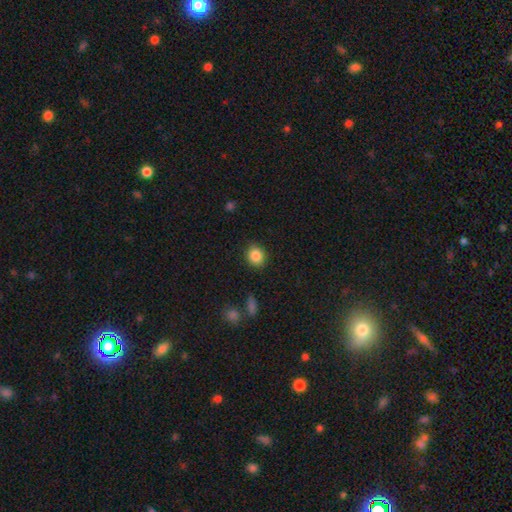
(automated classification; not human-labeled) The model was most divided on "how rounded": round: 71%, in between: 28%, cigar-shaped: 1%. More confident: smooth or featured — smooth (86%); merging — none (86%).